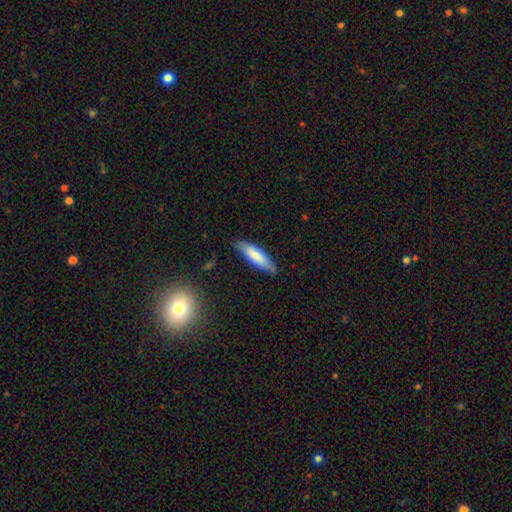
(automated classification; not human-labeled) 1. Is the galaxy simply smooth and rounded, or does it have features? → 74% smooth, 20% featured or disk, 6% star or artifact.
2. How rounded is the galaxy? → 67% cigar-shaped, 32% in between, 1% round.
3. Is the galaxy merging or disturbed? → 81% none, 15% minor disturbance, 3% major disturbance, 1% merger.